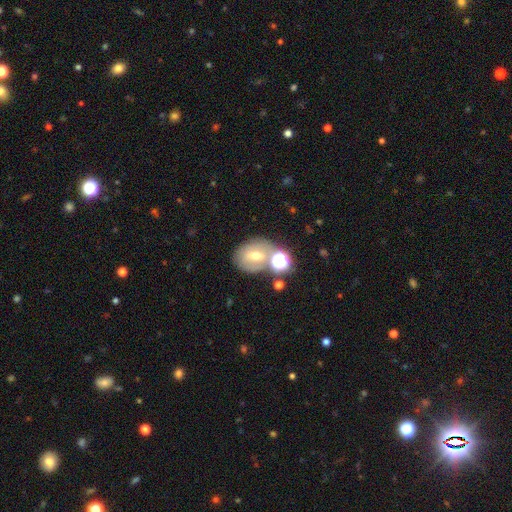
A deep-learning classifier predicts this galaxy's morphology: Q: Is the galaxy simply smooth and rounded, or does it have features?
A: featured or disk — 43%.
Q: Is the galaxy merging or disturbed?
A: none — 54%.